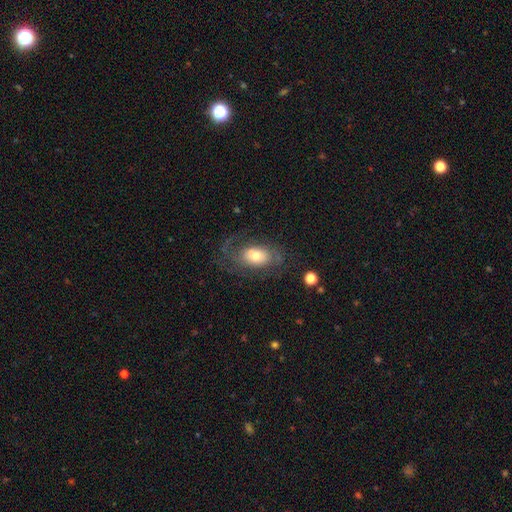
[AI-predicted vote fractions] smooth_or_featured: featured or disk (p=0.52) [alt: smooth p=0.40]
disk_edge_on: no (p=0.94) [alt: yes p=0.06]
merging: none (p=0.50) [alt: major disturbance p=0.27]